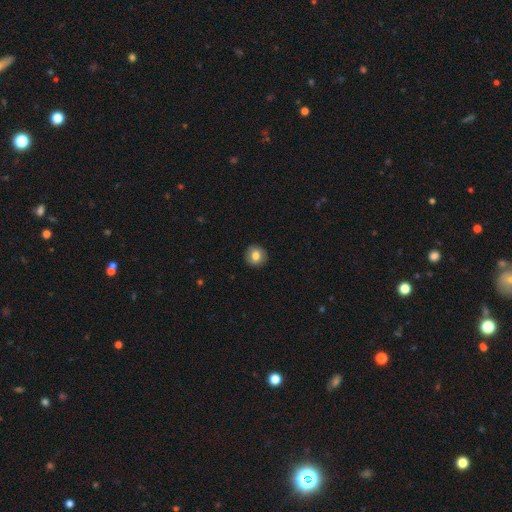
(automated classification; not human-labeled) This is likely a smooth galaxy (77%). How rounded: clearly round (90%). Merging: clearly none (90%).